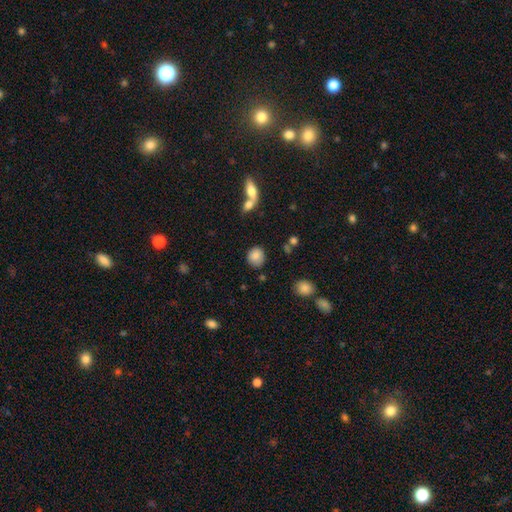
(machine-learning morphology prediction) Smooth or featured: smooth — 84% (star or artifact — 9%)
How rounded: round — 76% (in between — 23%)
Merging: none — 78% (minor disturbance — 12%)